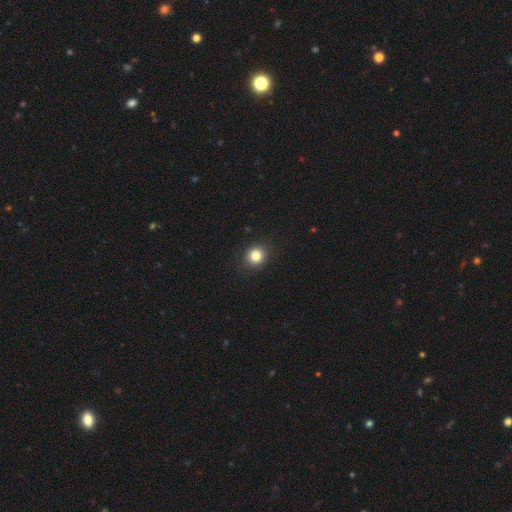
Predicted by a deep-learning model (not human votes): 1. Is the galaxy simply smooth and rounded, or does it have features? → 83% smooth, 11% star or artifact, 5% featured or disk.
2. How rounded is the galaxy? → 83% round, 16% in between, 1% cigar-shaped.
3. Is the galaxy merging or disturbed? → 90% none, 7% minor disturbance, 2% major disturbance, 1% merger.